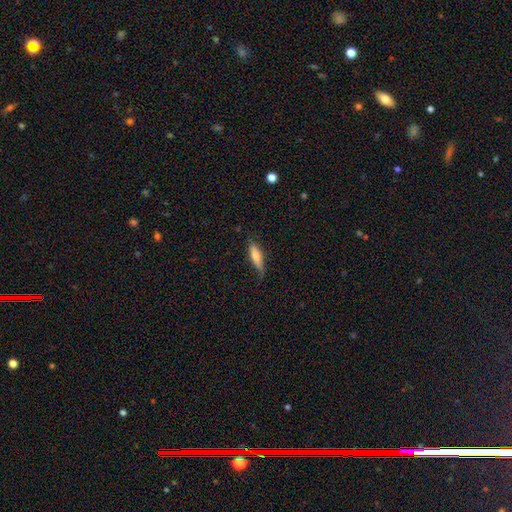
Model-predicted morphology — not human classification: Q: Smooth or featured?
A: smooth (67%); runner-up: featured or disk (27%)
Q: How rounded?
A: cigar-shaped (61%); runner-up: in between (37%)
Q: Merging?
A: none (63%); runner-up: minor disturbance (29%)